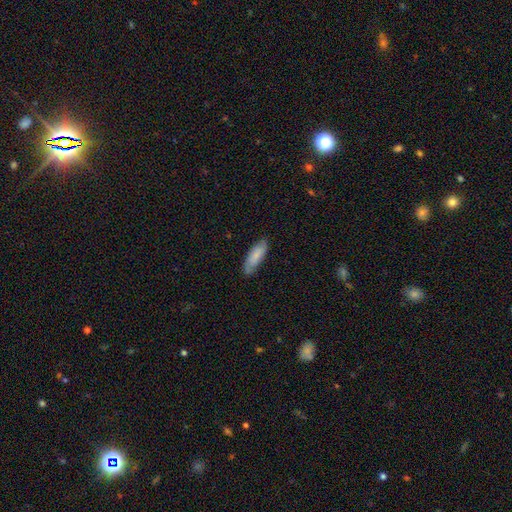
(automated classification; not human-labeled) Smooth or featured? Predicted: smooth (p=0.74). How rounded? Predicted: in between (p=0.55). Merging? Predicted: none (p=0.80).